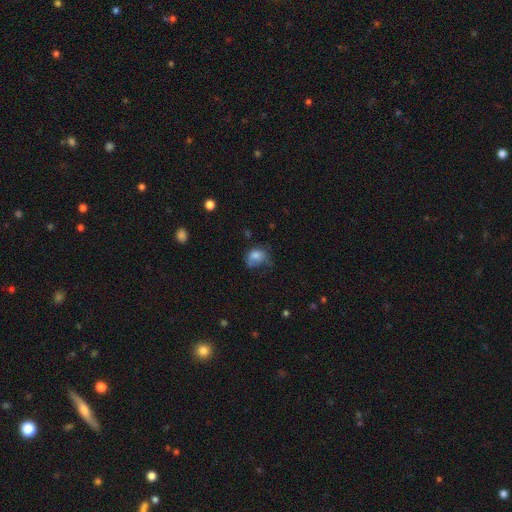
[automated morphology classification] Q: Smooth or featured?
A: smooth (76%); runner-up: featured or disk (14%)
Q: How rounded?
A: in between (52%); runner-up: round (47%)
Q: Merging?
A: minor disturbance (35%); runner-up: none (34%)